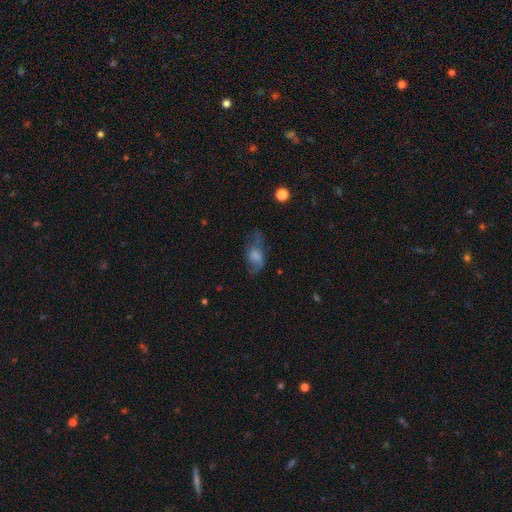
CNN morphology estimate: This is possibly a smooth galaxy (54%). How rounded: clearly in between (84%). Merging: marginally none (39%).